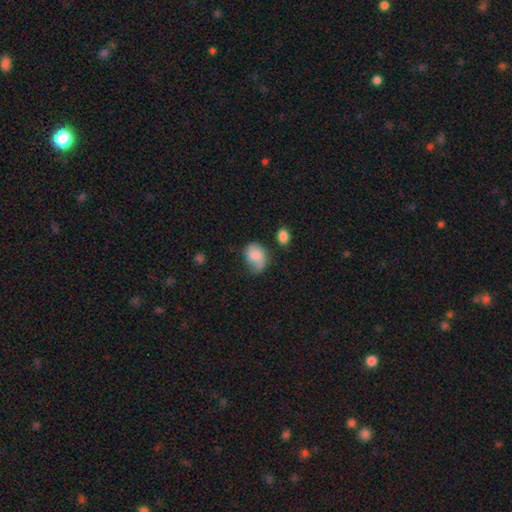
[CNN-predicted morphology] Overall: smooth (68%). How rounded: in between (66%; round 33%). Merging: none (46%; minor disturbance 34%).